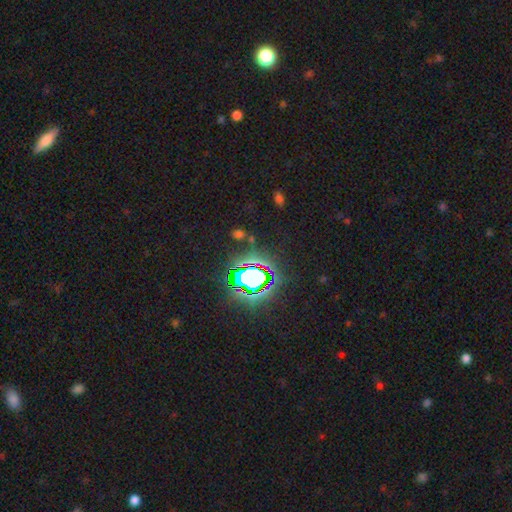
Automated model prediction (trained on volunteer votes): A star or artifact, not a galaxy (79%).

Vote fractions:
- Smooth or featured? star or artifact: 79% / smooth: 13% / featured or disk: 9%